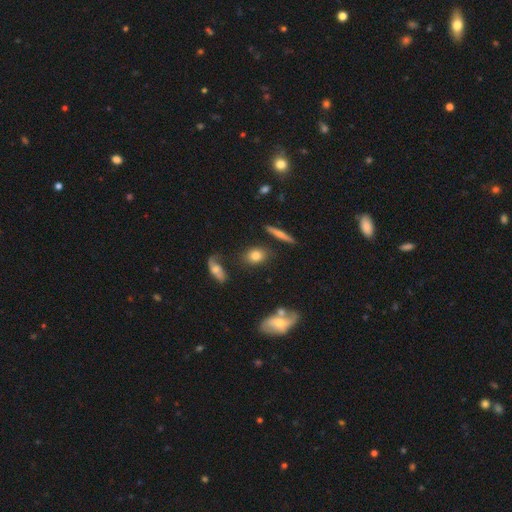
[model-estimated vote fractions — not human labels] A smooth galaxy with no disk features (76%) that is in between round and cigar-shaped (53%).

Vote fractions:
- Smooth or featured? smooth: 76% / featured or disk: 14% / star or artifact: 10%
- How rounded? in between: 53% / round: 41% / cigar-shaped: 5%
- Merging? none: 76% / minor disturbance: 13% / merger: 5% / major disturbance: 5%